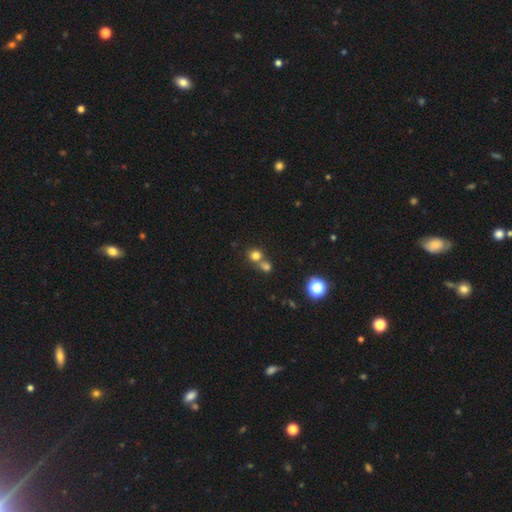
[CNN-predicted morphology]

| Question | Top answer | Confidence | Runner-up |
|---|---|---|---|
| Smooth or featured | smooth | 76% | star or artifact (16%) |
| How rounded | round | 86% | in between (13%) |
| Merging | merger | 46% | tied: none (46%) |